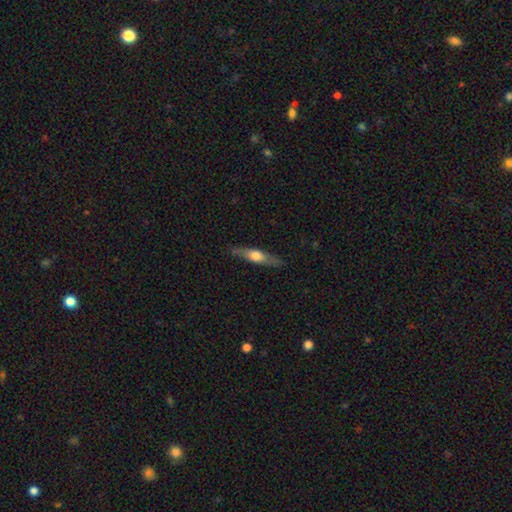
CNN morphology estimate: type=featured or disk (57%); edge-on=yes (90%); edge-on bulge=rounded (90%); merging=none (85%).